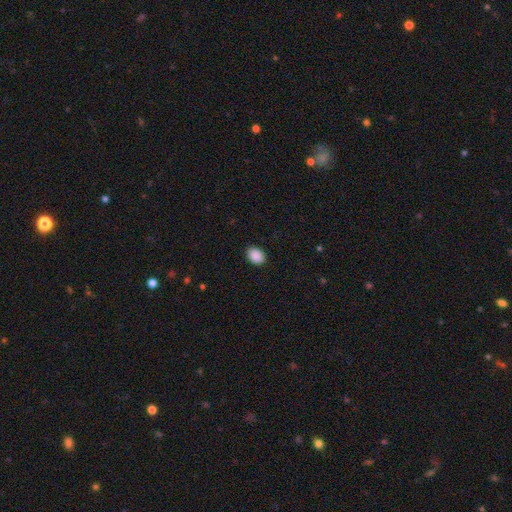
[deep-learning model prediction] smooth-or-featured: smooth: 90% | star or artifact: 8% | featured or disk: 2%
  how-rounded: in between: 71% | round: 28% | cigar-shaped: 1%
  merging: none: 89% | minor disturbance: 8% | major disturbance: 2% | merger: 1%